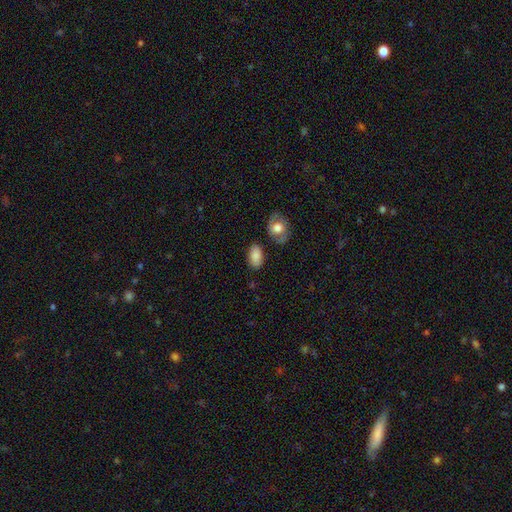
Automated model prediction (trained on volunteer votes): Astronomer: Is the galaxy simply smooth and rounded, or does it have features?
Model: smooth — 84%.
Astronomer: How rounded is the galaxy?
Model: in between — 91%.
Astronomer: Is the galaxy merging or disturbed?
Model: none — 76%.